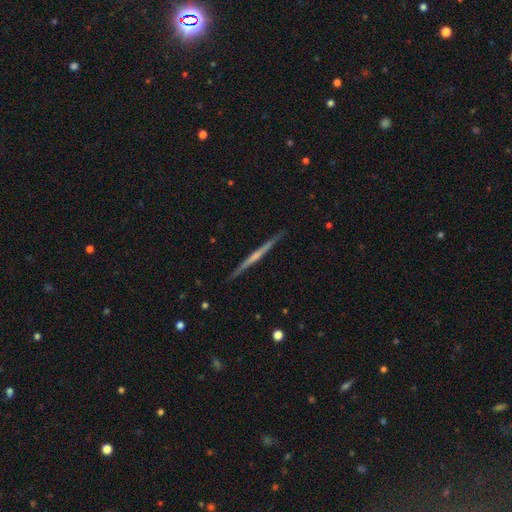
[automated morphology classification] Smooth or featured? featured or disk (73%)
Edge-on disk? yes (98%)
Edge-on bulge? none (49%)
Merging? none (92%)